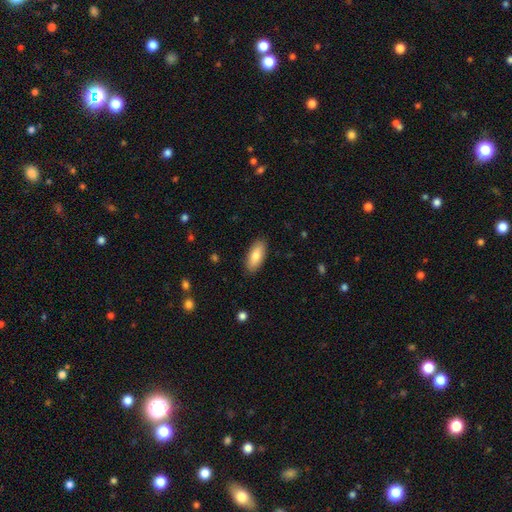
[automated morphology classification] smooth 81%, featured or disk 13%, star or artifact 6%. Down the decision tree: how rounded — in between (83%); merging — none (88%).